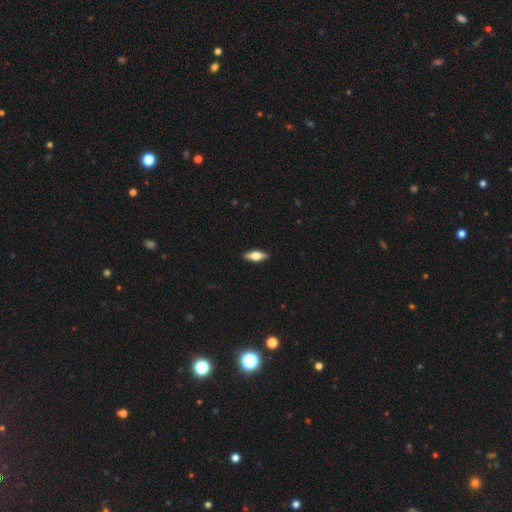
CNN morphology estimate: smooth_or_featured: smooth (p=0.57) [alt: featured or disk p=0.37]
how_rounded: in between (p=0.66) [alt: cigar-shaped p=0.31]
merging: none (p=0.90) [alt: minor disturbance p=0.07]